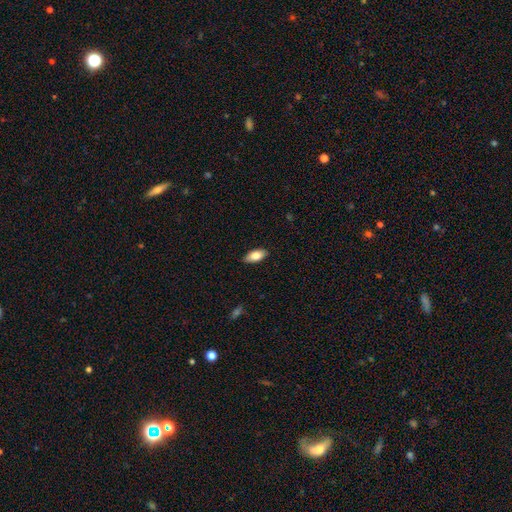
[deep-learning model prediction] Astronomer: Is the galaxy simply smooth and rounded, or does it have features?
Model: smooth — 81%.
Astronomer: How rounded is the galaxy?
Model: in between — 90%.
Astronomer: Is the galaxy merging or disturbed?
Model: none — 87%.